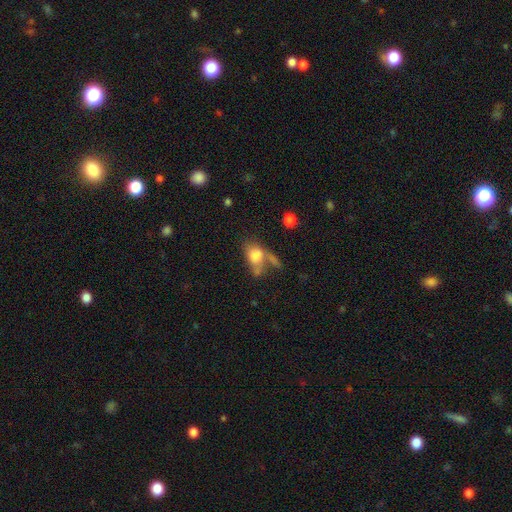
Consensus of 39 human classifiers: smooth_or_featured: smooth (p=0.67) [alt: featured or disk p=0.31]
how_rounded: in between (p=0.65) [alt: round p=0.27]
merging: merger (p=0.61) [alt: major disturbance p=0.24]